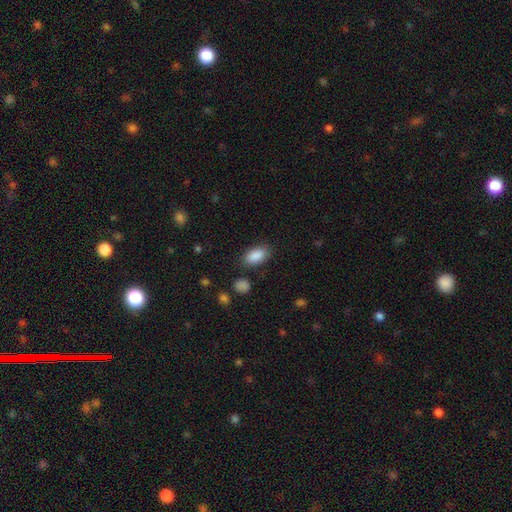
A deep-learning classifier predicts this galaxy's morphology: smooth 89%, star or artifact 7%, featured or disk 4%. Down the decision tree: how rounded — in between (92%); merging — none (83%).